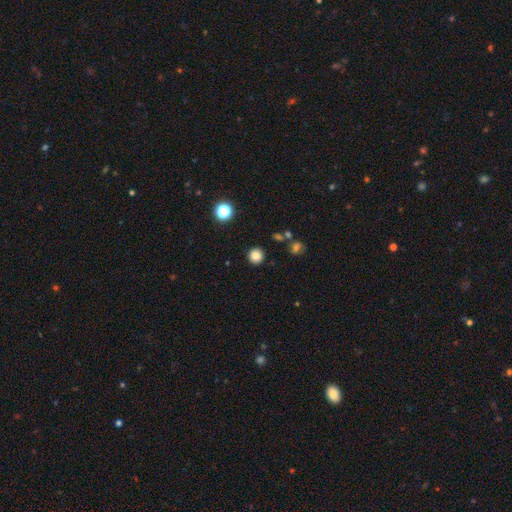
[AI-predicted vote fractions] A smooth galaxy with no disk features (83%) that is round (94%). Merging: none (90%).